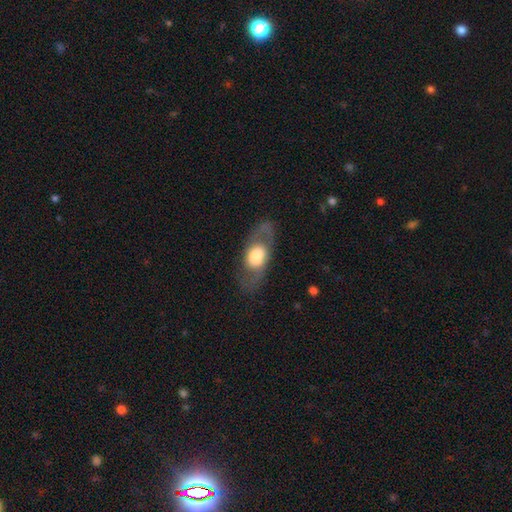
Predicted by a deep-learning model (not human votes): This appears to be a smooth galaxy with no disk features (48%). Merging: none (76%).